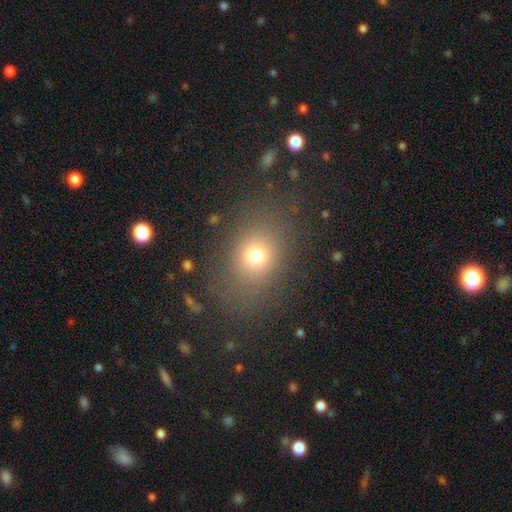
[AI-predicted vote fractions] Smooth or featured?
  - smooth: 73% *
  - star or artifact: 16%
  - featured or disk: 11%
How rounded?
  - in between: 56% *
  - round: 42%
  - cigar-shaped: 2%
Merging?
  - none: 79% *
  - minor disturbance: 12%
  - major disturbance: 7%
  - merger: 2%